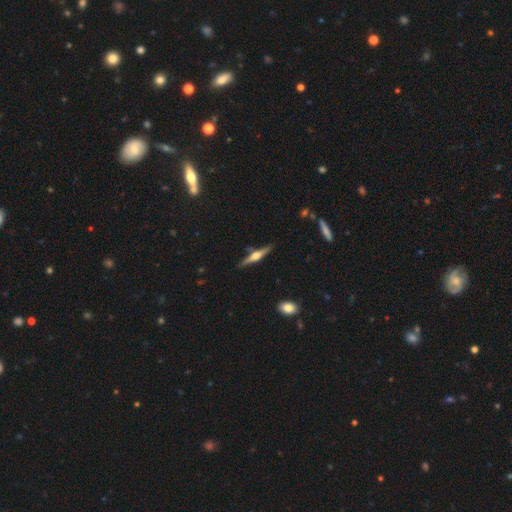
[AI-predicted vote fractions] The model was most divided on "smooth or featured": featured or disk: 68%, smooth: 26%, star or artifact: 6%. More confident: edge-on disk — yes (97%); edge-on bulge — rounded (88%); merging — none (85%).